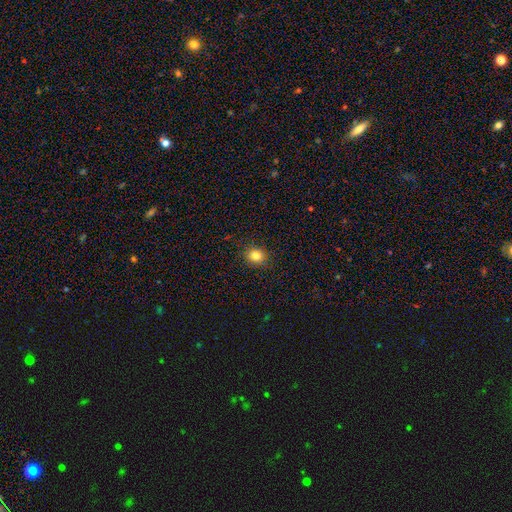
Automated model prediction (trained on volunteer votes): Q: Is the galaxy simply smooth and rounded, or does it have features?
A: smooth — 82%.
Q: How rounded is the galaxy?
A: round — 75%.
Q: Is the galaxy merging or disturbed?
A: none — 90%.